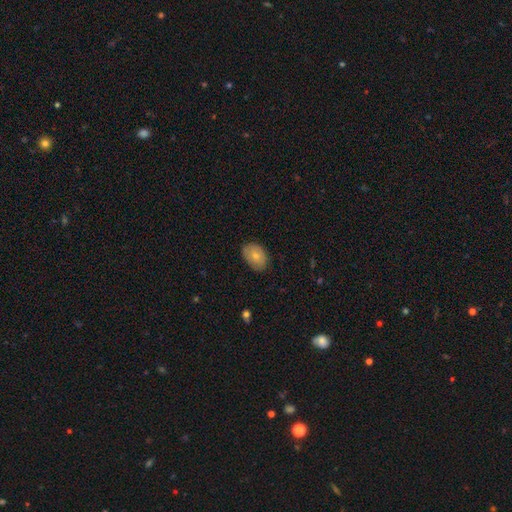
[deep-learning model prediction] Smooth or featured?
  - smooth: 73% *
  - featured or disk: 20%
  - star or artifact: 7%
How rounded?
  - in between: 82% *
  - round: 17%
  - cigar-shaped: 1%
Merging?
  - none: 80% *
  - minor disturbance: 16%
  - major disturbance: 3%
  - merger: 1%